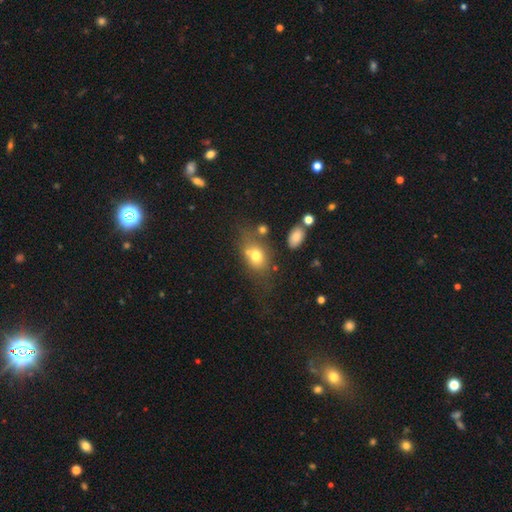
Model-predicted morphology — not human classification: Smooth or featured: smooth — 72% (featured or disk — 16%)
How rounded: in between — 63% (round — 34%)
Merging: none — 48% (merger — 19%)